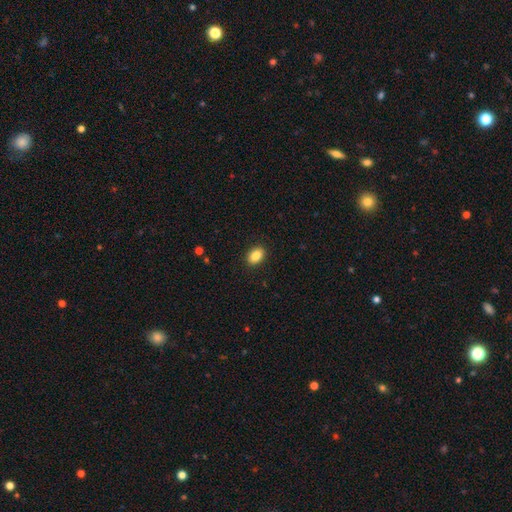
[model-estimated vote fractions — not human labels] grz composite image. It shows a smooth galaxy with no disk features (86%) that is in between round and cigar-shaped (82%). Merging: none (90%).